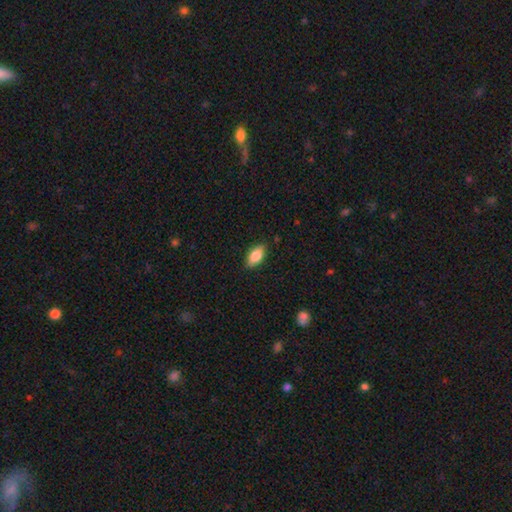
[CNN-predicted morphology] Overall: smooth (83%). How rounded: in between (89%). Merging: none (87%).